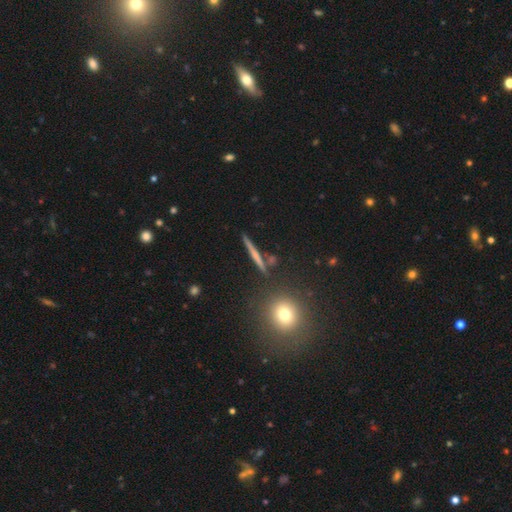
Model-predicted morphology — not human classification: A featured or disk galaxy (46%). Merging: none (88%).